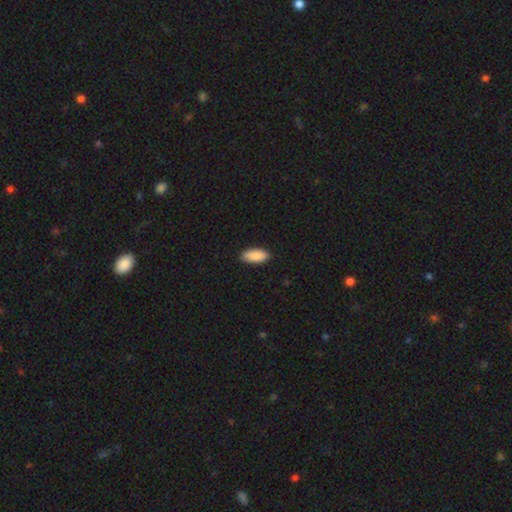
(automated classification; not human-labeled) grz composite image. It shows a smooth galaxy with no disk features (90%) that is in between round and cigar-shaped (88%). Merging: none (89%).